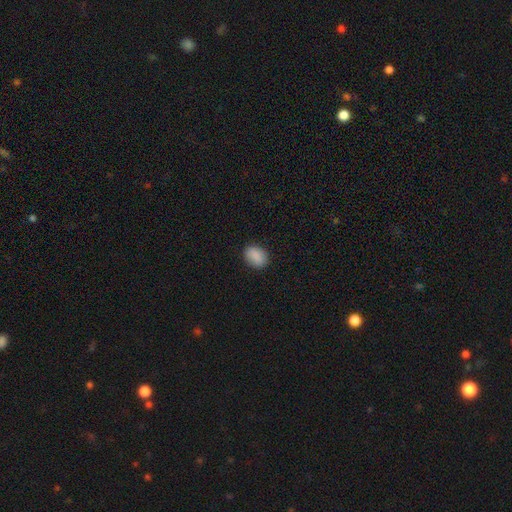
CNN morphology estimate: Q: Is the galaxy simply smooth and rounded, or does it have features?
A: smooth — 88%.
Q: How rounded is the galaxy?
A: in between — 69%.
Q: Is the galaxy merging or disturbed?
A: none — 86%.